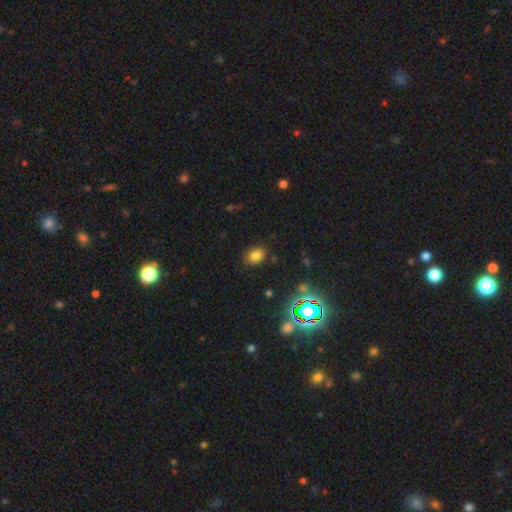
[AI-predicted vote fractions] Smooth or featured? Predicted: smooth (p=0.77). How rounded? Predicted: in between (p=0.67). Merging? Predicted: none (p=0.83).